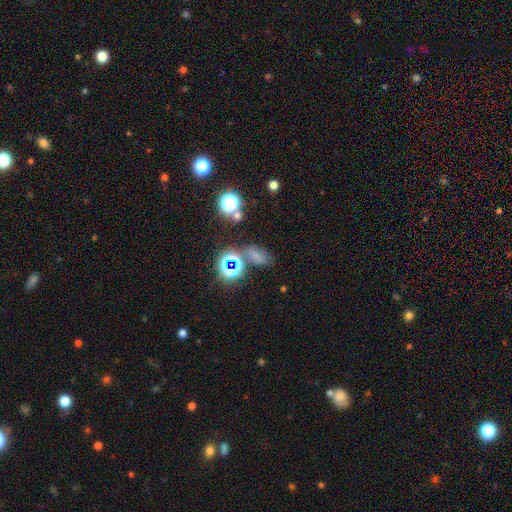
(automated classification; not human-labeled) A smooth galaxy with no disk features (53%) that is in between round and cigar-shaped (73%). Merging: none (60%).